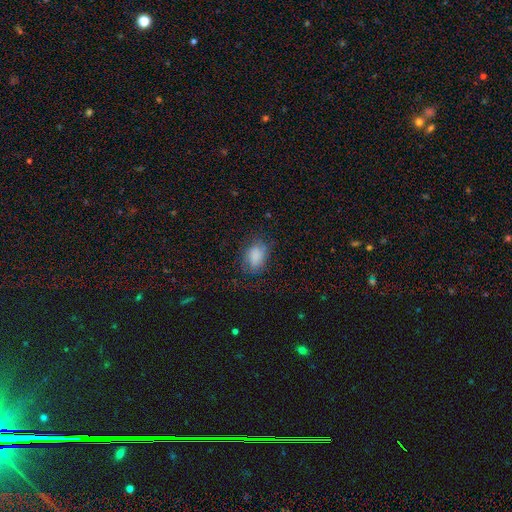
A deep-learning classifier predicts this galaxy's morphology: Smooth or featured?
  - smooth: 74% *
  - featured or disk: 16%
  - star or artifact: 10%
How rounded?
  - in between: 79% *
  - round: 19%
  - cigar-shaped: 1%
Merging?
  - none: 66% *
  - minor disturbance: 22%
  - major disturbance: 10%
  - merger: 1%